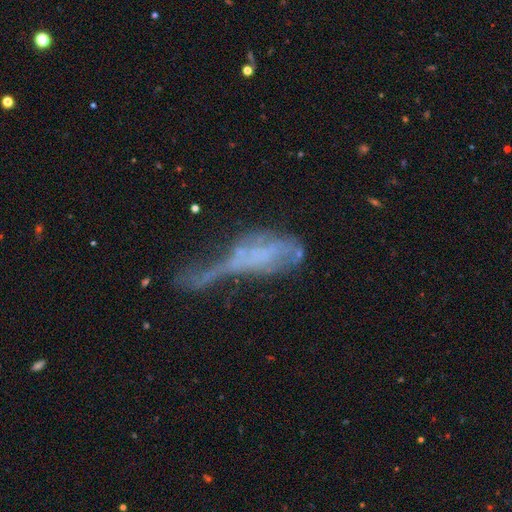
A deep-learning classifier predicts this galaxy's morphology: Overall: featured or disk (52%; smooth 31%). Edge-on disk: no (78%). Merging: major disturbance (46%; merger 30%).